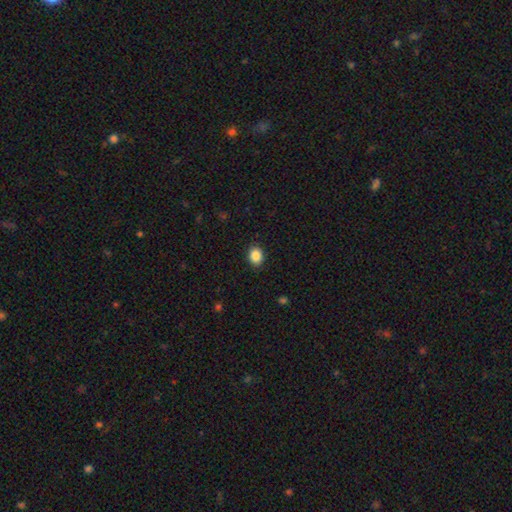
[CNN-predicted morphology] Smooth or featured: smooth — 87% (star or artifact — 9%)
How rounded: in between — 53% (round — 46%)
Merging: none — 89% (minor disturbance — 8%)